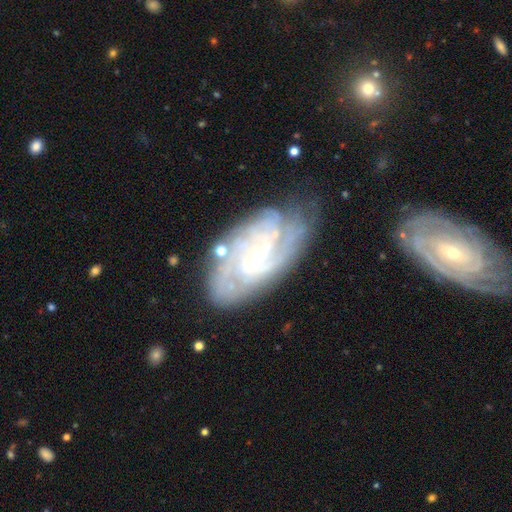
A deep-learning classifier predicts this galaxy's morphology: Q: Smooth or featured?
A: featured or disk (86%); runner-up: smooth (8%)
Q: Edge-on disk?
A: no (95%); runner-up: yes (5%)
Q: Bar?
A: no (63%); runner-up: weak (30%)
Q: Spiral arms?
A: yes (96%); runner-up: no (4%)
Q: Spiral winding?
A: tight (66%); runner-up: medium (29%)
Q: Spiral arm count?
A: can't tell (28%); runner-up: 3 (20%)
Q: Bulge size?
A: small (76%); runner-up: moderate (21%)
Q: Merging?
A: none (70%); runner-up: minor disturbance (20%)